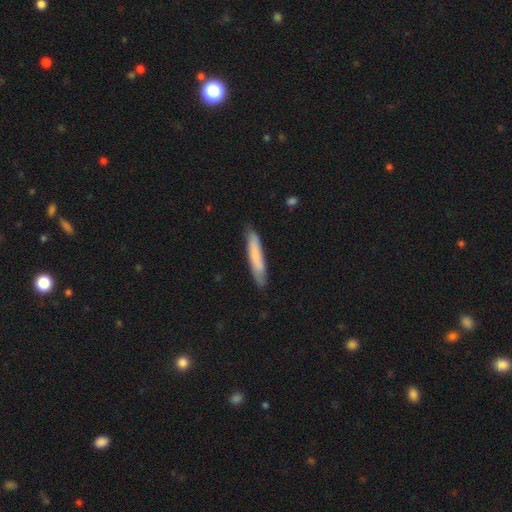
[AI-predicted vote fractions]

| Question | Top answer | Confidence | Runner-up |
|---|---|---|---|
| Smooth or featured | smooth | 74% | featured or disk (20%) |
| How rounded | cigar-shaped | 91% | in between (8%) |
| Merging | none | 81% | minor disturbance (15%) |